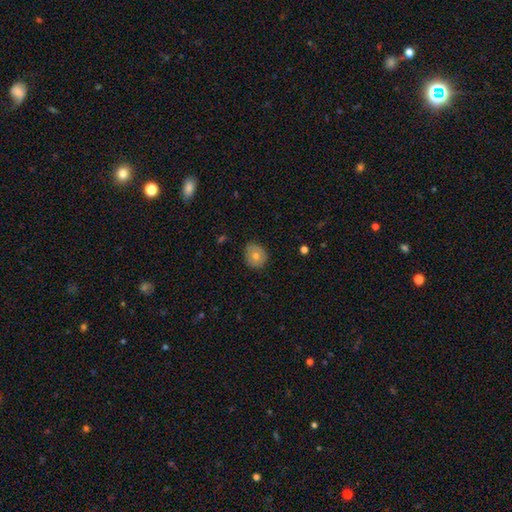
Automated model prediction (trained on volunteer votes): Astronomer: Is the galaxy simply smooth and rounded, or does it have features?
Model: smooth — 70%.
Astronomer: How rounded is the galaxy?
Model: round — 79%.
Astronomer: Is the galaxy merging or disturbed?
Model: none — 78%.